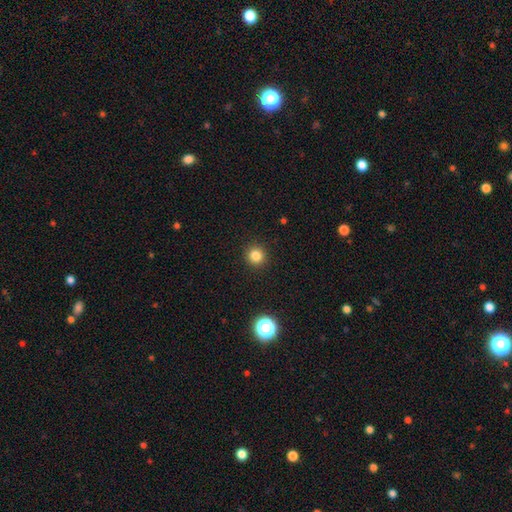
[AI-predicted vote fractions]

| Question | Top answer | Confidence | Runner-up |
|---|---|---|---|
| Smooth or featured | smooth | 83% | star or artifact (13%) |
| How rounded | round | 94% | in between (5%) |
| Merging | none | 92% | minor disturbance (5%) |